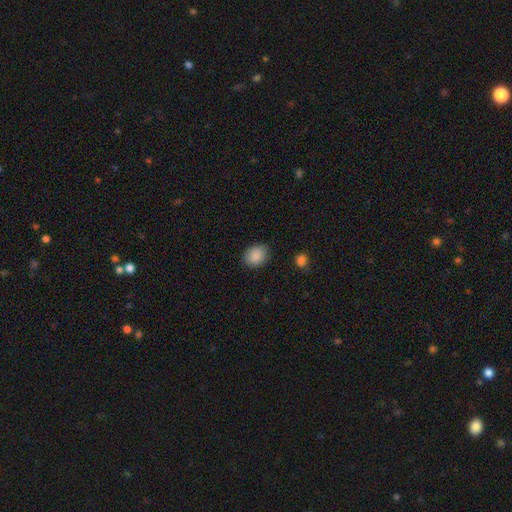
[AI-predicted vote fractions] smooth-or-featured: smooth: 88% | star or artifact: 8% | featured or disk: 4%
  how-rounded: round: 53% | in between: 46% | cigar-shaped: 1%
  merging: none: 85% | minor disturbance: 11% | major disturbance: 3% | merger: 1%